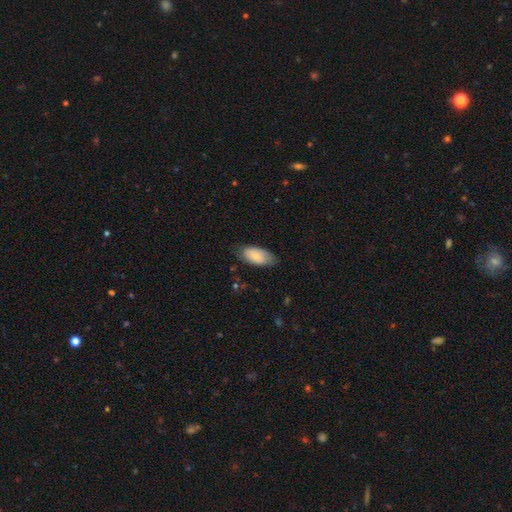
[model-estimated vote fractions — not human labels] Smooth or featured? smooth (80%)
How rounded? in between (94%)
Merging? none (70%)